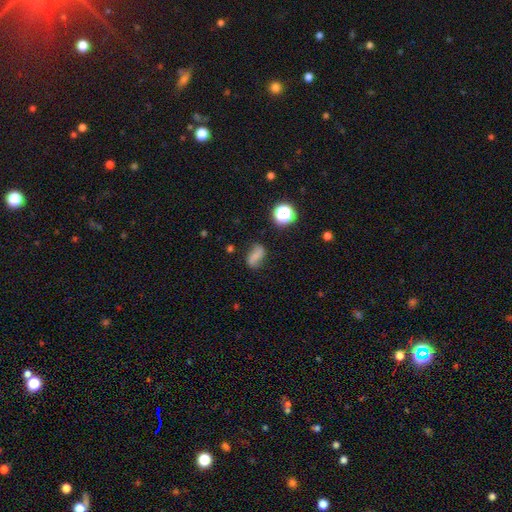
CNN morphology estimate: Overall: smooth (59%; featured or disk 25%). How rounded: in between (75%). Merging: none (67%).